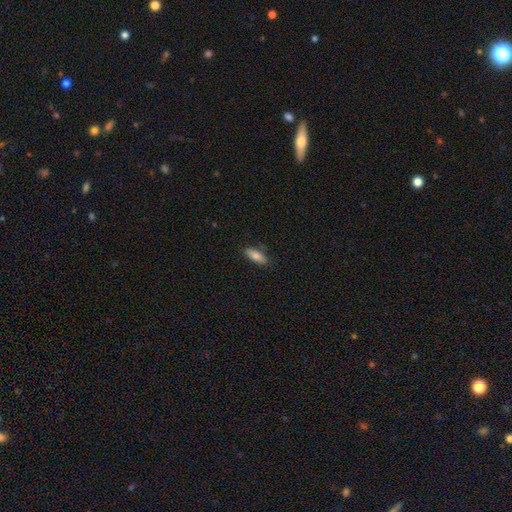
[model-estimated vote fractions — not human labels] smooth 78%, featured or disk 15%, star or artifact 7%. Down the decision tree: how rounded — in between (66%); merging — none (84%).